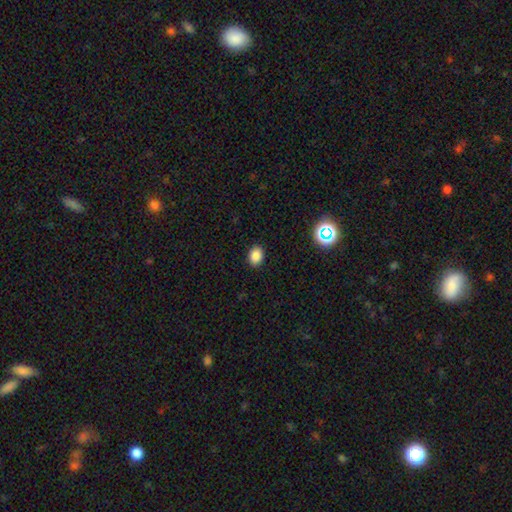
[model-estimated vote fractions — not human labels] smooth-or-featured: smooth: 85% | star or artifact: 11% | featured or disk: 4%
  how-rounded: in between: 70% | round: 29% | cigar-shaped: 1%
  merging: none: 89% | minor disturbance: 8% | major disturbance: 2% | merger: 1%